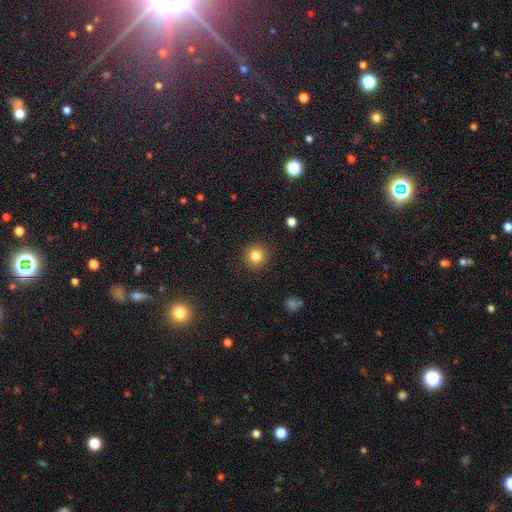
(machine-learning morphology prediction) Q: Smooth or featured?
A: smooth (83%); runner-up: star or artifact (11%)
Q: How rounded?
A: round (94%); runner-up: in between (6%)
Q: Merging?
A: none (91%); runner-up: minor disturbance (6%)